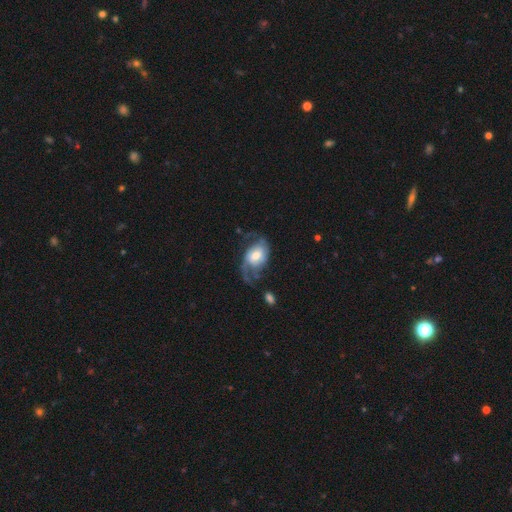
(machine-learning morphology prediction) smooth_or_featured: featured or disk (p=0.70) [alt: smooth p=0.24]
disk_edge_on: no (p=0.96) [alt: yes p=0.04]
bar: no (p=0.50) [alt: weak p=0.40]
has_spiral_arms: yes (p=0.88) [alt: no p=0.12]
spiral_winding: loose (p=0.48) [alt: medium p=0.37]
spiral_arm_count: 2 (p=0.76) [alt: 1 p=0.09]
bulge_size: moderate (p=0.56) [alt: large p=0.25]
merging: none (p=0.44) [alt: major disturbance p=0.30]